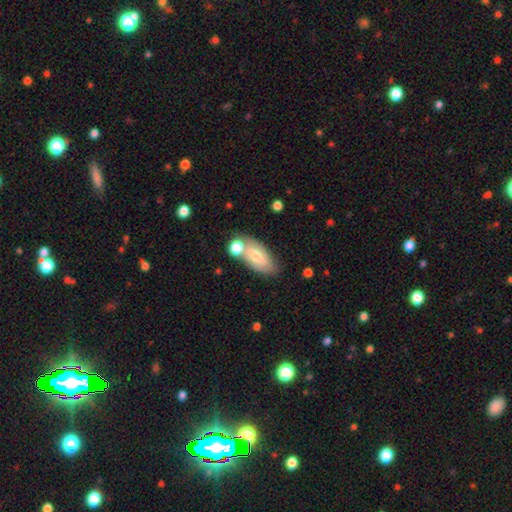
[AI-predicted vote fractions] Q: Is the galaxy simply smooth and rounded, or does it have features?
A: smooth — 51%.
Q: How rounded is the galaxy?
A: in between — 86%.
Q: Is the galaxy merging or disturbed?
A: none — 56%.